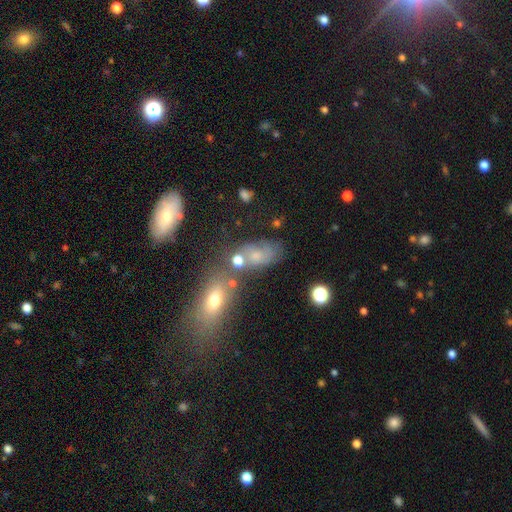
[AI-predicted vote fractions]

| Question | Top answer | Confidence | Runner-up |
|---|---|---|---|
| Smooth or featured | smooth | 48% | featured or disk (32%) |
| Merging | none | 48% | minor disturbance (22%) |